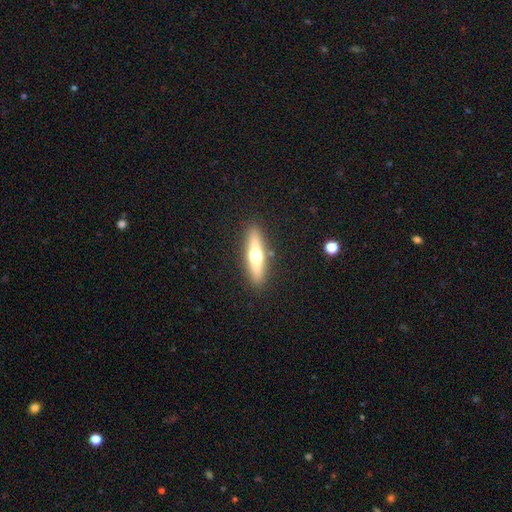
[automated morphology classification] Smooth or featured? featured or disk (48%)
Merging? none (88%)